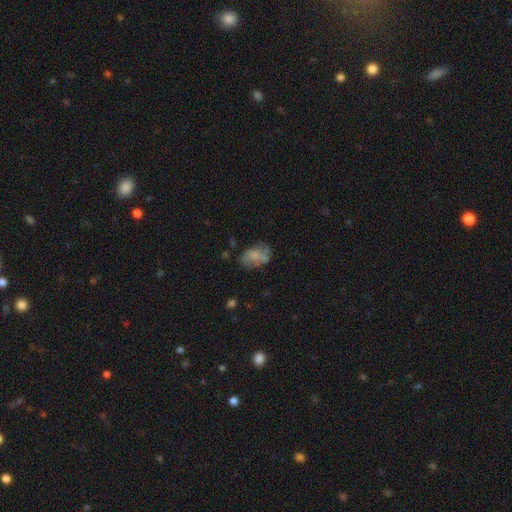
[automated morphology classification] Q: Smooth or featured?
A: smooth (63%); runner-up: featured or disk (28%)
Q: How rounded?
A: in between (82%); runner-up: round (17%)
Q: Merging?
A: none (46%); runner-up: minor disturbance (28%)